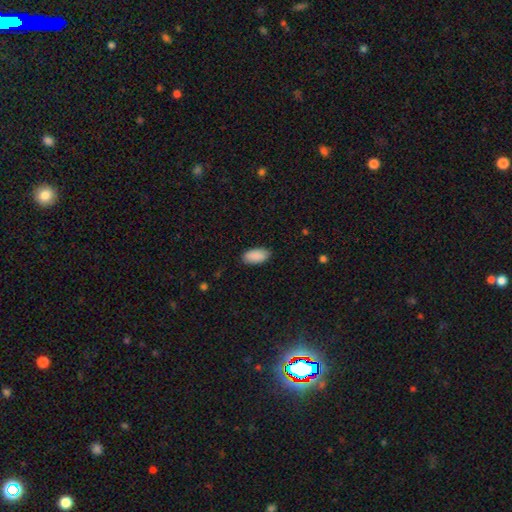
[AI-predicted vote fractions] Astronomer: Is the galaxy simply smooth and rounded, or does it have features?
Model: smooth — 91%.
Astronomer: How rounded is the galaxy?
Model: in between — 94%.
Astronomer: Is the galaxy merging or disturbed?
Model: none — 87%.